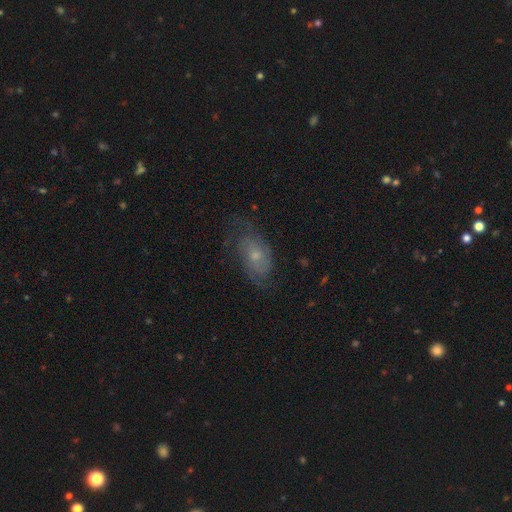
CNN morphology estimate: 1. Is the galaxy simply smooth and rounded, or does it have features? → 63% featured or disk, 27% smooth, 10% star or artifact.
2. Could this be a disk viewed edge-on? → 94% no, 6% yes.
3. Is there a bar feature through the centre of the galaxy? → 75% no, 22% weak, 3% strong.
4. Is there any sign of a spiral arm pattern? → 83% yes, 17% no.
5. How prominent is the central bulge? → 47% moderate, 44% small, 4% none, 4% large, 1% dominant.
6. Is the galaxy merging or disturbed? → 62% none, 22% minor disturbance, 14% major disturbance, 1% merger.